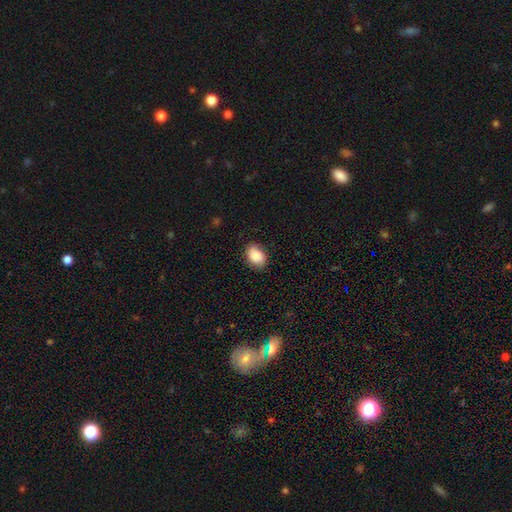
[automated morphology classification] smooth_or_featured: smooth (p=0.84) [alt: featured or disk p=0.09]
how_rounded: in between (p=0.82) [alt: round p=0.17]
merging: none (p=0.76) [alt: minor disturbance p=0.19]